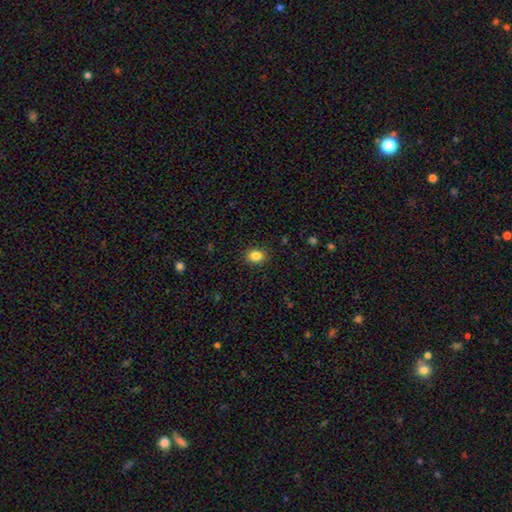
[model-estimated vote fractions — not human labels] Overall: smooth (85%). How rounded: in between (52%; round 47%). Merging: none (89%).